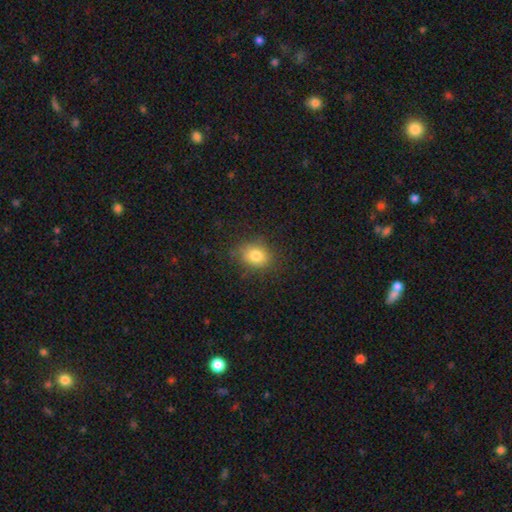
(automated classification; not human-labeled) Q: Smooth or featured?
A: smooth (81%); runner-up: star or artifact (11%)
Q: How rounded?
A: in between (52%); runner-up: round (47%)
Q: Merging?
A: none (78%); runner-up: minor disturbance (16%)